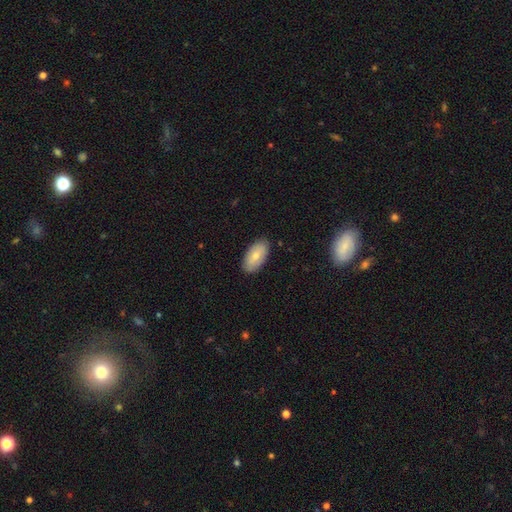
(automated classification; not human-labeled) A smooth galaxy with no disk features (70%) that is in between round and cigar-shaped (94%).

Vote fractions:
- Smooth or featured? smooth: 70% / featured or disk: 24% / star or artifact: 6%
- How rounded? in between: 94% / cigar-shaped: 3% / round: 3%
- Merging? none: 87% / minor disturbance: 10% / major disturbance: 2% / merger: 1%